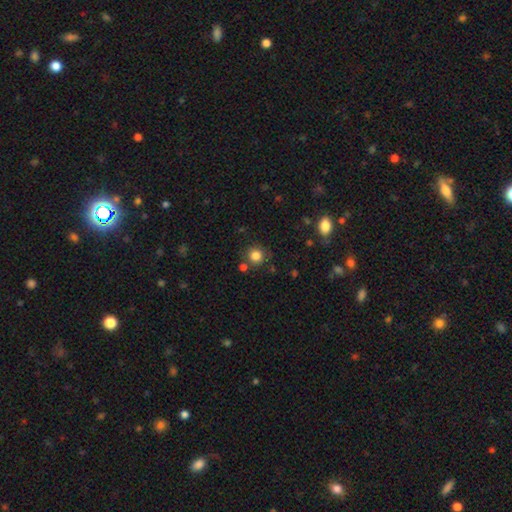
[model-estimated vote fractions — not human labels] smooth-or-featured: smooth: 83% | star or artifact: 12% | featured or disk: 5%
  how-rounded: round: 92% | in between: 7% | cigar-shaped: 1%
  merging: none: 80% | minor disturbance: 9% | merger: 7% | major disturbance: 3%